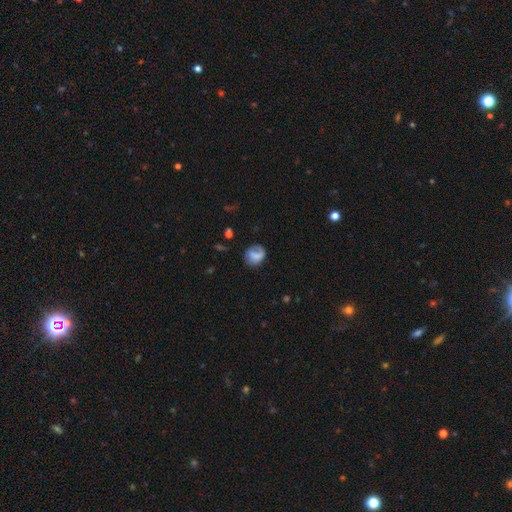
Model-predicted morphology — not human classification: This is likely a smooth galaxy (63%). How rounded: likely round (65%). Merging: possibly none (56%).